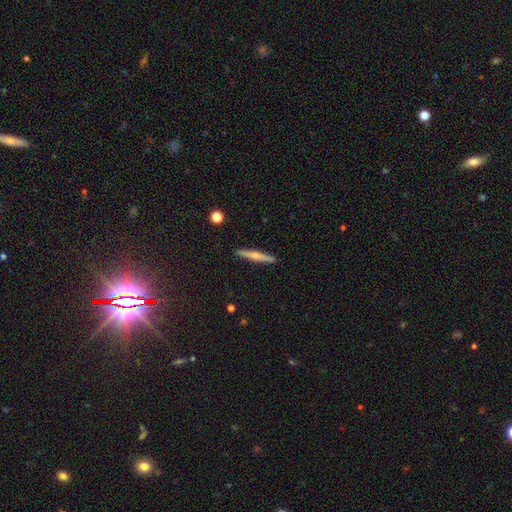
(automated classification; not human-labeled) This appears to be a smooth galaxy with no disk features (49%). Merging: none (91%).